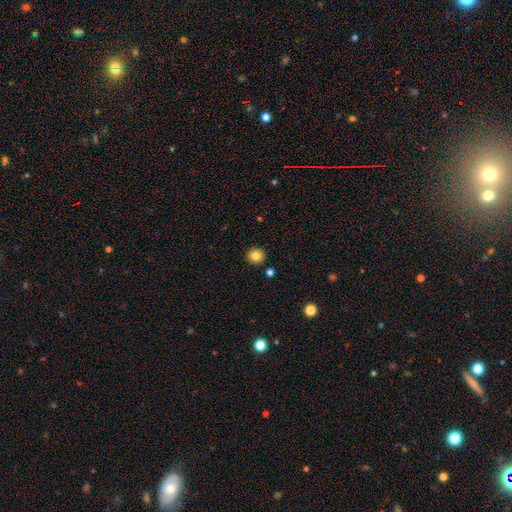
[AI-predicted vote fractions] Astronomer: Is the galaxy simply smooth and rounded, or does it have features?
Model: smooth — 83%.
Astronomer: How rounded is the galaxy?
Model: round — 91%.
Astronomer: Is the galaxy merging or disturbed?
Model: none — 91%.